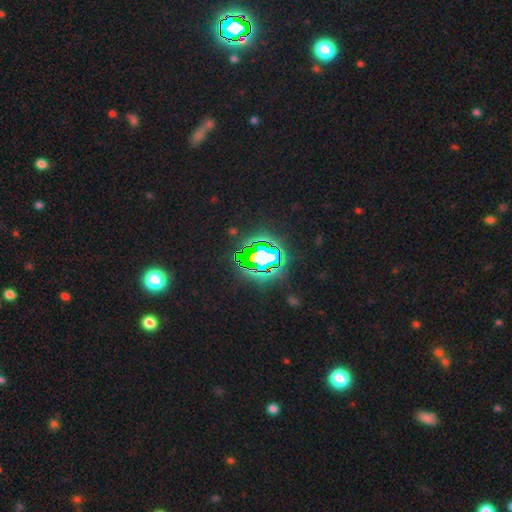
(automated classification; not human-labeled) Smooth or featured: star or artifact — 81% (smooth — 12%)